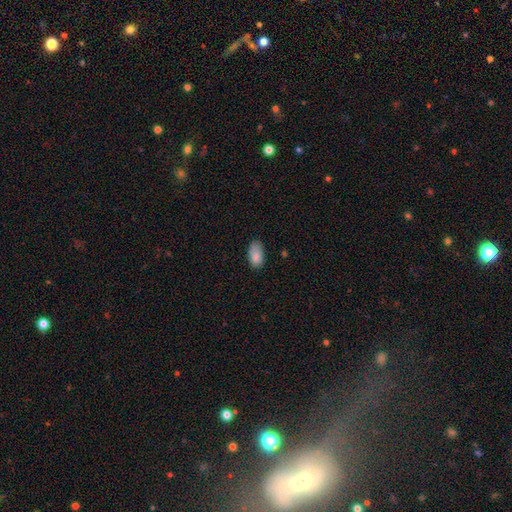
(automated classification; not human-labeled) Smooth or featured? smooth (87%)
How rounded? in between (93%)
Merging? none (70%)